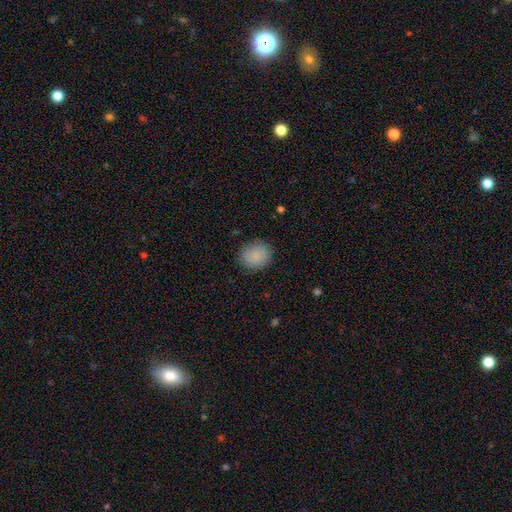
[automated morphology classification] Smooth or featured? smooth (87%)
How rounded? round (78%)
Merging? none (86%)